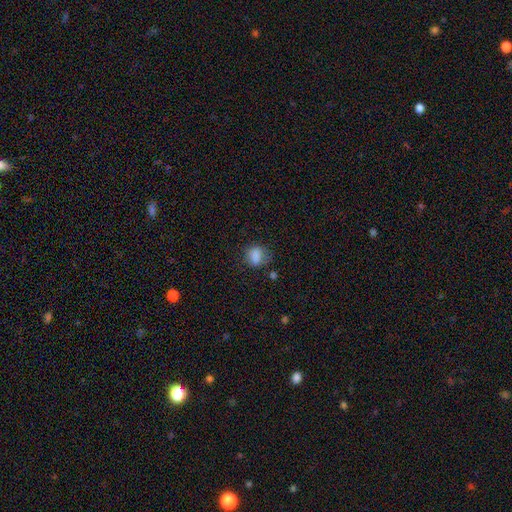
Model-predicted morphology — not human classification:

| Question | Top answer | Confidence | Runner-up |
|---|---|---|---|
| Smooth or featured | smooth | 82% | star or artifact (10%) |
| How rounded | in between | 54% | round (44%) |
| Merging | none | 63% | minor disturbance (24%) |